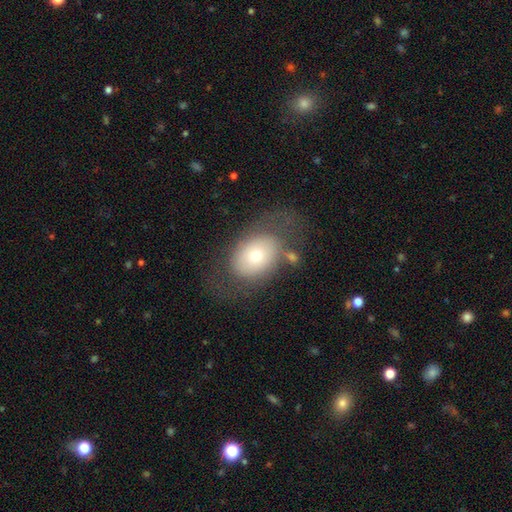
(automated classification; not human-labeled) smooth 59%, featured or disk 32%, star or artifact 9%. Down the decision tree: how rounded — in between (73%); merging — none (56%).